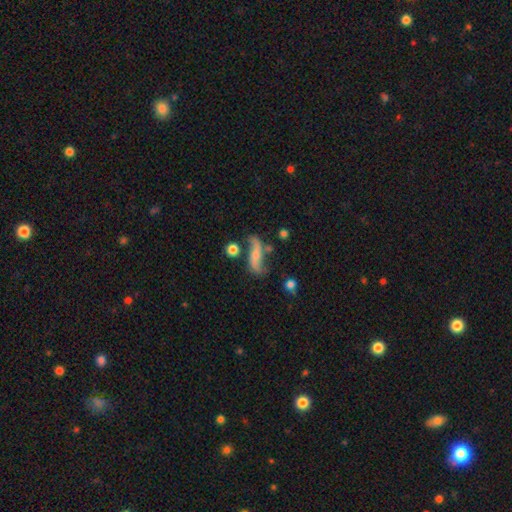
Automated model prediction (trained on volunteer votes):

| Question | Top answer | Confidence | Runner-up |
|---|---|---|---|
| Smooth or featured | featured or disk | 71% | smooth (21%) |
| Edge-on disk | no | 86% | yes (14%) |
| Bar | no | 53% | weak (28%) |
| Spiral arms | yes | 90% | no (10%) |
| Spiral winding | loose | 86% | medium (10%) |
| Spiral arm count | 2 | 91% | 1 (3%) |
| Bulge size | small | 53% | moderate (32%) |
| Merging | none | 58% | minor disturbance (21%) |